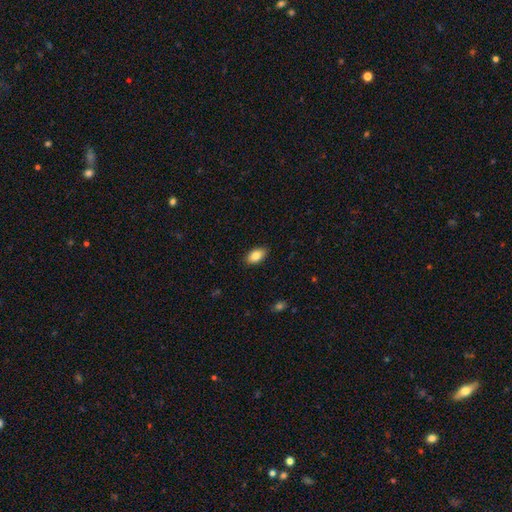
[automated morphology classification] type=smooth (85%); roundness=in between (92%); merging=none (88%).